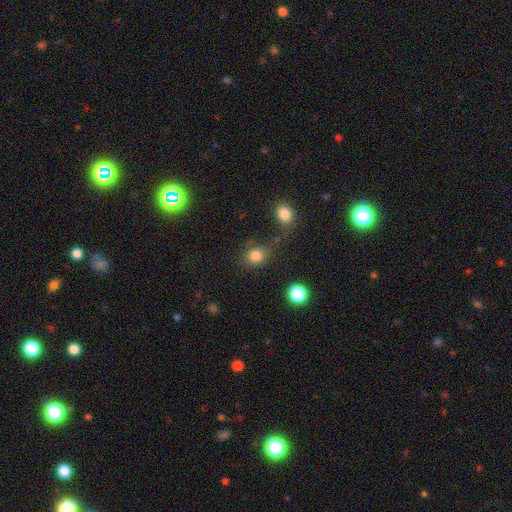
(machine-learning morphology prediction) Overall: smooth (81%). How rounded: round (68%; in between 30%). Merging: none (59%).